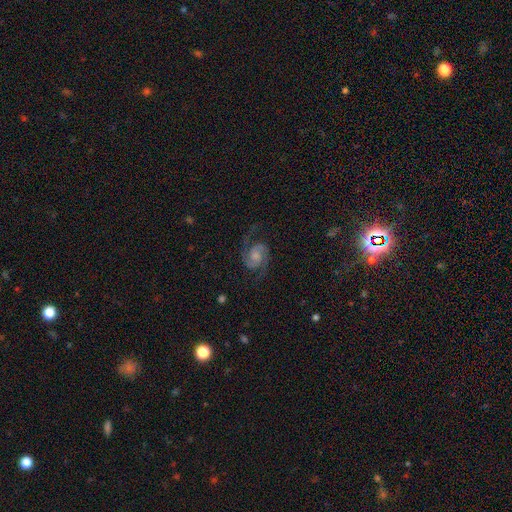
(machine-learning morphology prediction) Smooth or featured? Predicted: featured or disk (p=0.89). Edge-on disk? Predicted: no (p=0.98). Bar? Predicted: no (p=0.64). Spiral arms? Predicted: yes (p=0.98). Spiral winding? Predicted: medium (p=0.54). Spiral arm count? Predicted: 2 (p=0.93). Bulge size? Predicted: moderate (p=0.37). Merging? Predicted: none (p=0.74).